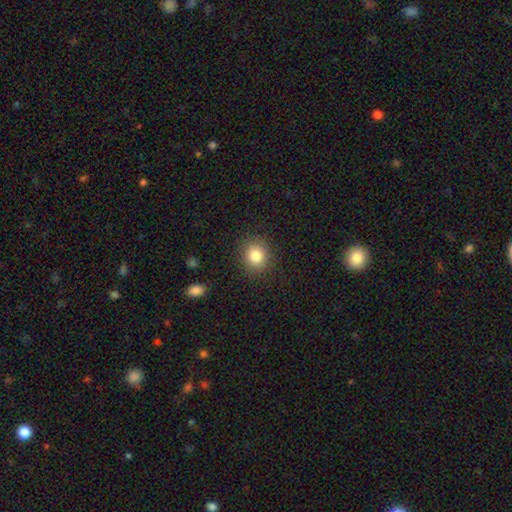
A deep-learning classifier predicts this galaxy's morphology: Smooth or featured?
  - smooth: 82% *
  - star or artifact: 11%
  - featured or disk: 7%
How rounded?
  - round: 80% *
  - in between: 19%
  - cigar-shaped: 1%
Merging?
  - none: 89% *
  - minor disturbance: 7%
  - major disturbance: 3%
  - merger: 1%